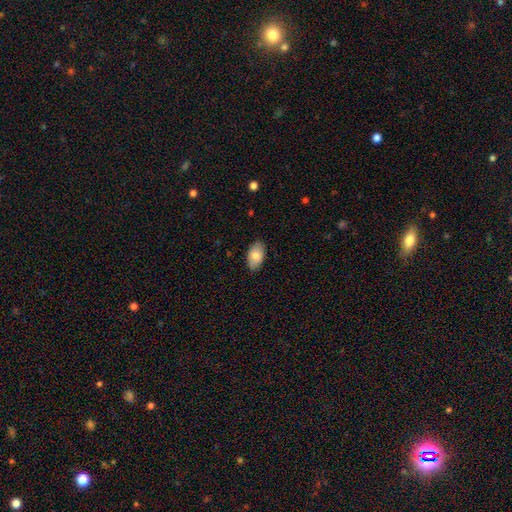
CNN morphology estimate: The model was most divided on "smooth or featured": smooth: 80%, featured or disk: 14%, star or artifact: 6%. More confident: how rounded — in between (94%); merging — none (85%).